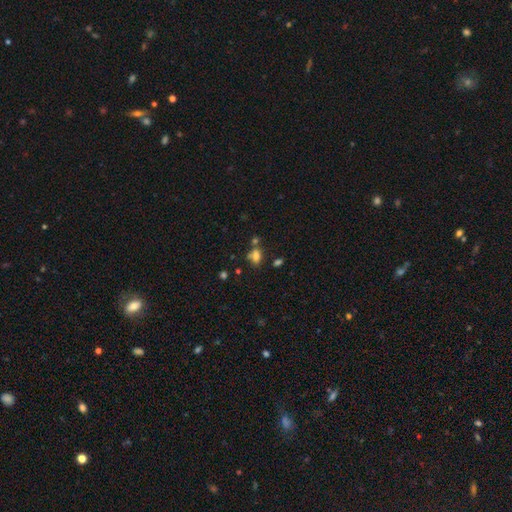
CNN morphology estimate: This is likely a smooth galaxy (71%). How rounded: likely in between (74%). Merging: possibly none (53%).